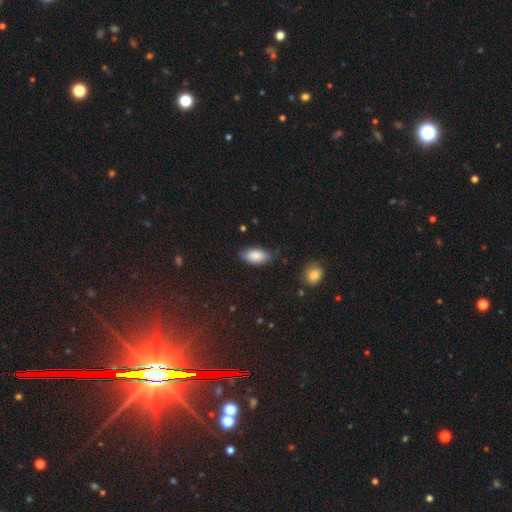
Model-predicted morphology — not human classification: Q: Smooth or featured?
A: smooth (86%); runner-up: star or artifact (7%)
Q: How rounded?
A: in between (93%); runner-up: cigar-shaped (4%)
Q: Merging?
A: none (69%); runner-up: minor disturbance (24%)